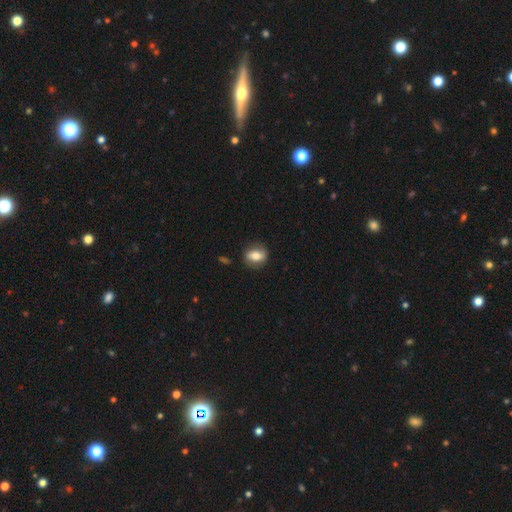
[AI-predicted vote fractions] Morphology: type=smooth (64%); roundness=in between (62%); merging=none (80%).